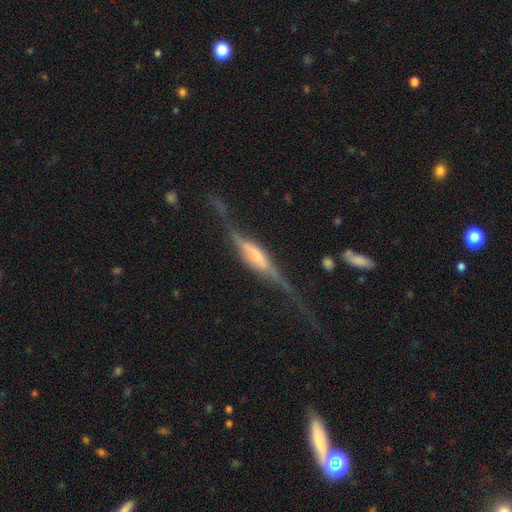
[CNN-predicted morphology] smooth_or_featured: featured or disk (p=0.82) [alt: smooth p=0.13]
disk_edge_on: yes (p=0.90) [alt: no p=0.10]
edge_on_bulge: rounded (p=0.49) [alt: boxy p=0.42]
merging: none (p=0.58) [alt: minor disturbance p=0.22]